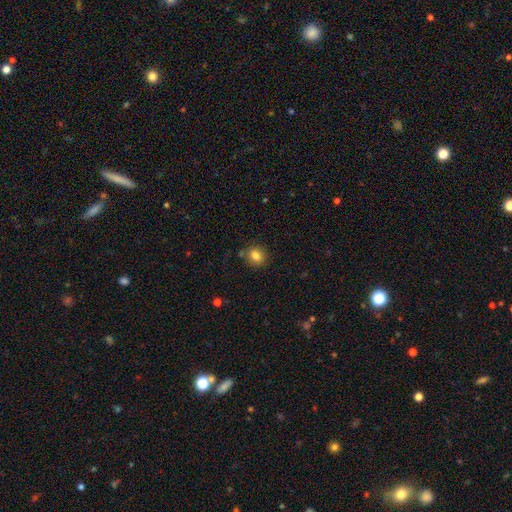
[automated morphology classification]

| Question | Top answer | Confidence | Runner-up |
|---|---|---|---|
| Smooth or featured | smooth | 82% | star or artifact (10%) |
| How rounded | round | 58% | in between (41%) |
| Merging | none | 81% | minor disturbance (12%) |